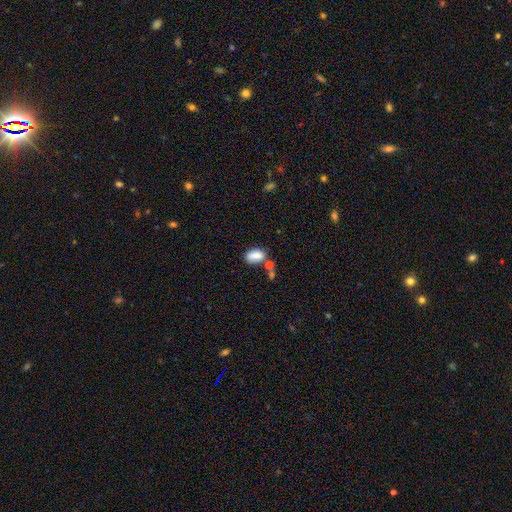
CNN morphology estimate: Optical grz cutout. It shows a smooth galaxy with no disk features (84%) that is in between round and cigar-shaped (89%). Merging: none (54%).